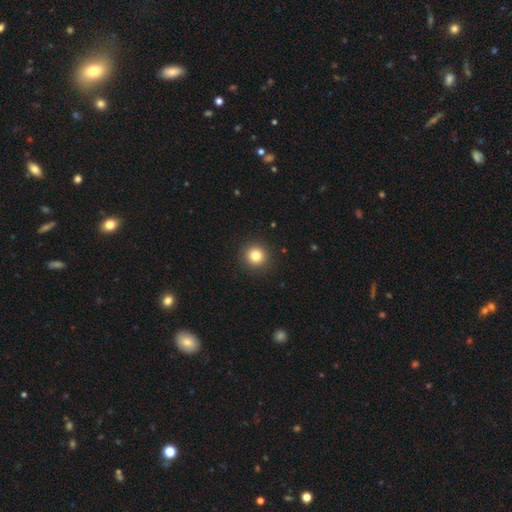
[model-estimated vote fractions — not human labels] Smooth or featured? Predicted: smooth (p=0.83). How rounded? Predicted: round (p=0.94). Merging? Predicted: none (p=0.92).